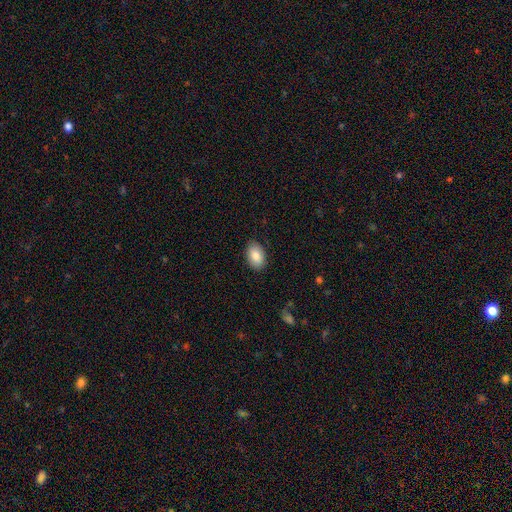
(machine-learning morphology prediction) A smooth galaxy with no disk features (86%) that is in between round and cigar-shaped (90%). Merging: none (87%).